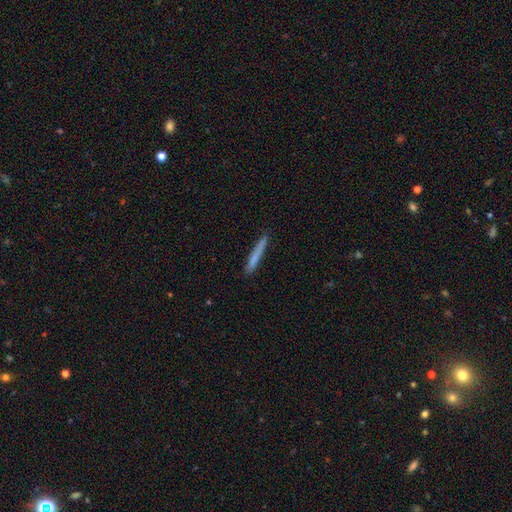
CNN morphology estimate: The model was most divided on "smooth or featured": smooth: 69%, featured or disk: 25%, star or artifact: 6%. More confident: how rounded — cigar-shaped (96%); merging — none (87%).